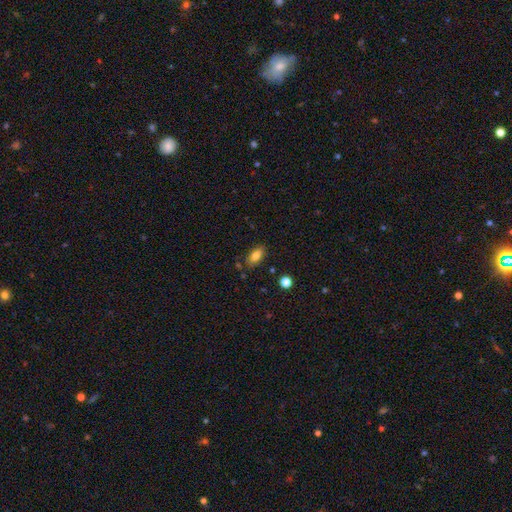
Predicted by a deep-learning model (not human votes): A smooth galaxy with no disk features (80%) that is in between round and cigar-shaped (90%). Merging: none (79%).